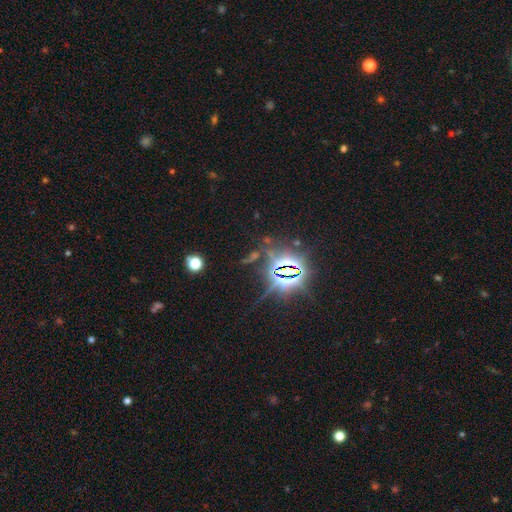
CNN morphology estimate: A star or artifact, not a galaxy (82%).